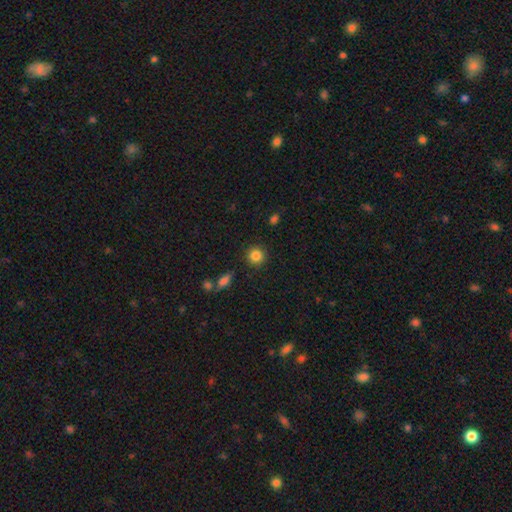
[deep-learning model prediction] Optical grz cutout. It shows a smooth galaxy with no disk features (85%) that is round (92%). Merging: none (89%).